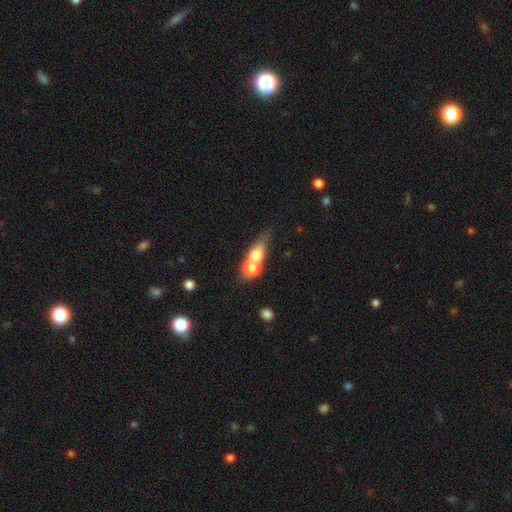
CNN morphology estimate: The model was most divided on "how rounded": in between: 48%, round: 35%, cigar-shaped: 17%. More confident: merging — merger (66%); smooth or featured — smooth (65%).